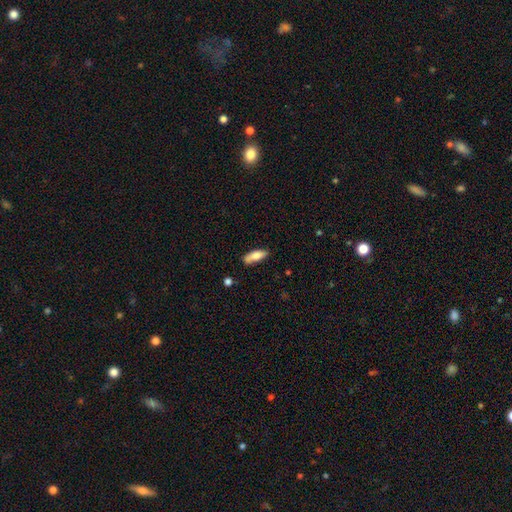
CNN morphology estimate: Smooth or featured? smooth (78%)
How rounded? in between (67%)
Merging? none (71%)